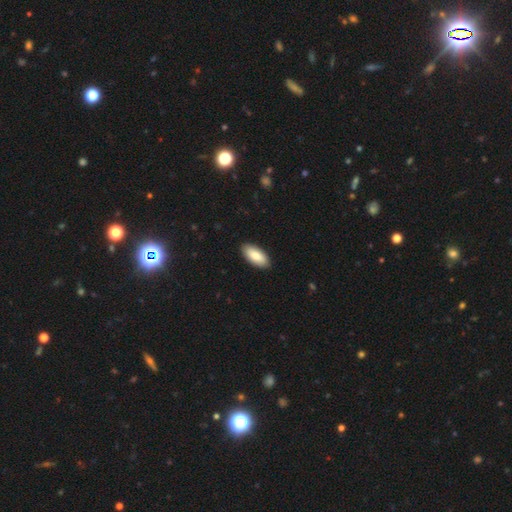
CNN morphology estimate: This is clearly a smooth galaxy (83%). How rounded: clearly in between (91%). Merging: clearly none (90%).